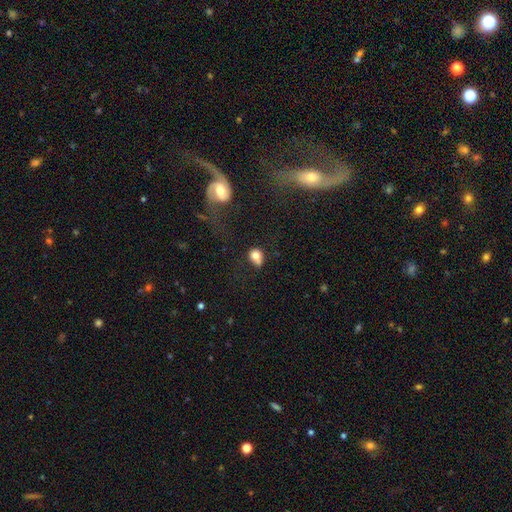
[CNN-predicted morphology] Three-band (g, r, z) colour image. It shows a smooth galaxy with no disk features (77%) that is round (54%). Merging: none (43%).